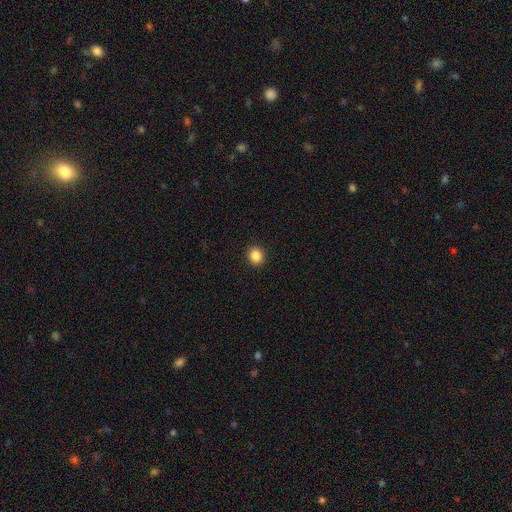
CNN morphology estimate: The model was most divided on "how rounded": round: 74%, in between: 25%, cigar-shaped: 1%. More confident: merging — none (92%); smooth or featured — smooth (87%).